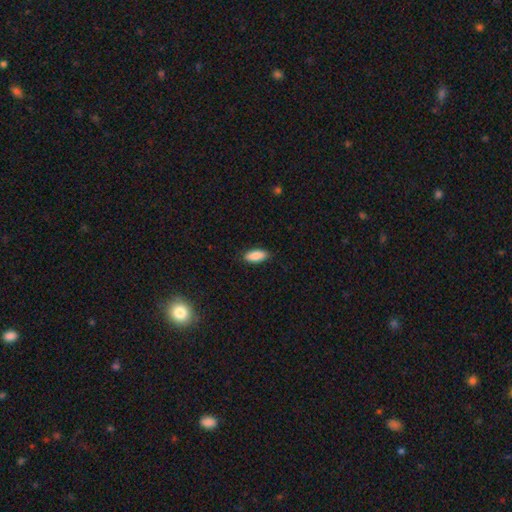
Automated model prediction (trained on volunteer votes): Smooth or featured? Predicted: smooth (p=0.88). How rounded? Predicted: in between (p=0.82). Merging? Predicted: none (p=0.87).